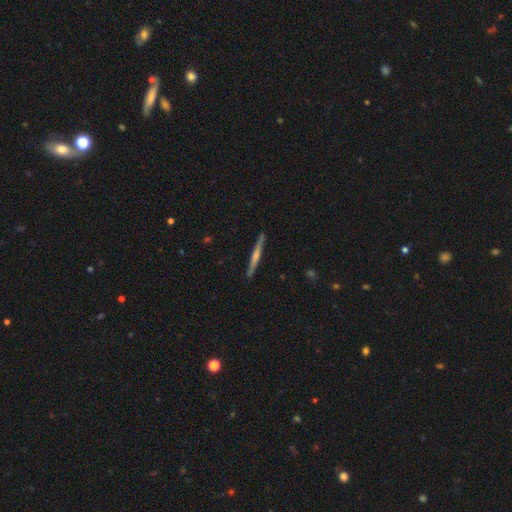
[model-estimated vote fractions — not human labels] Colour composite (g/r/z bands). It shows a featured or disk galaxy (71%) viewed edge-on (98%) with a rounded central bulge (72%). Merging: none (91%).